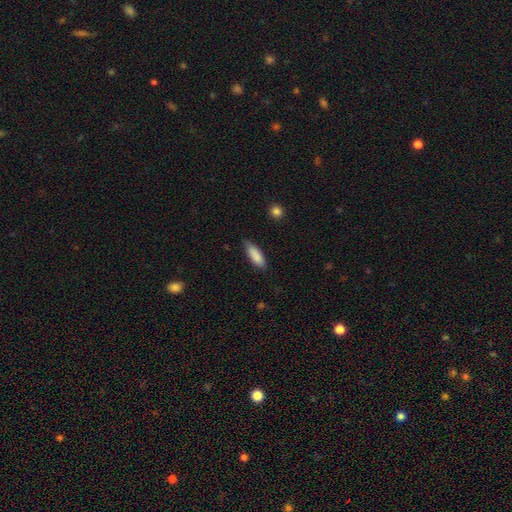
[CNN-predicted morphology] Q: Smooth or featured?
A: smooth (87%); runner-up: featured or disk (7%)
Q: How rounded?
A: in between (59%); runner-up: cigar-shaped (40%)
Q: Merging?
A: none (74%); runner-up: minor disturbance (21%)